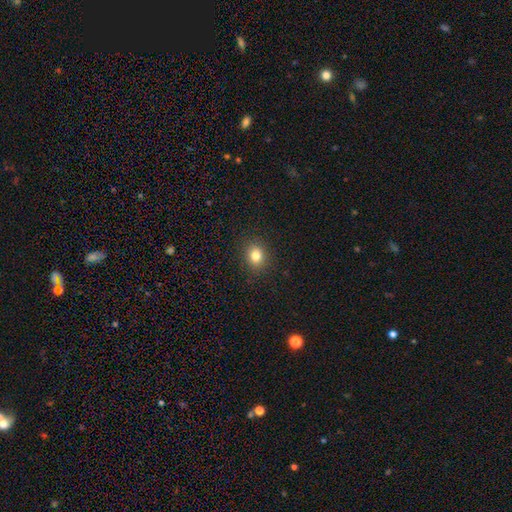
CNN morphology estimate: Smooth or featured? Predicted: smooth (p=0.81). How rounded? Predicted: round (p=0.64). Merging? Predicted: none (p=0.90).